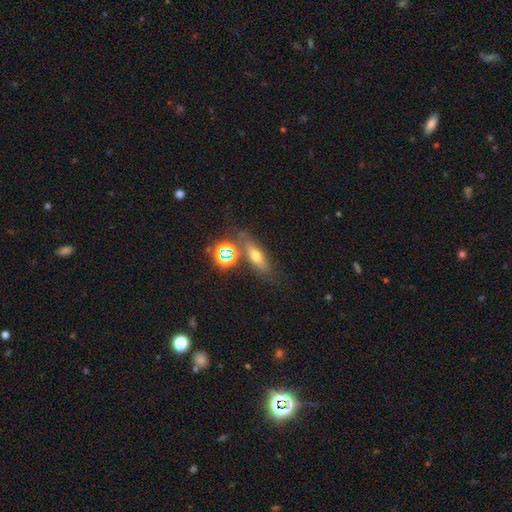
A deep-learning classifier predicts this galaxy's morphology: A smooth galaxy with no disk features (52%) that is in between round and cigar-shaped (49%).

Vote fractions:
- Smooth or featured? smooth: 52% / featured or disk: 27% / star or artifact: 21%
- How rounded? in between: 49% / cigar-shaped: 37% / round: 13%
- Merging? none: 67% / minor disturbance: 15% / merger: 11% / major disturbance: 7%